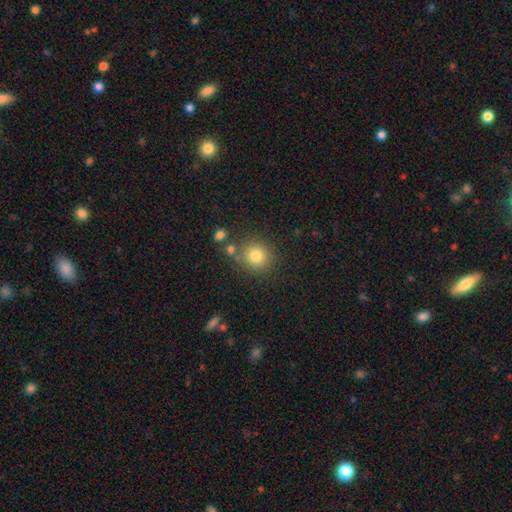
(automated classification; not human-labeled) Q: Smooth or featured?
A: smooth (80%); runner-up: star or artifact (12%)
Q: How rounded?
A: round (89%); runner-up: in between (11%)
Q: Merging?
A: none (79%); runner-up: minor disturbance (10%)